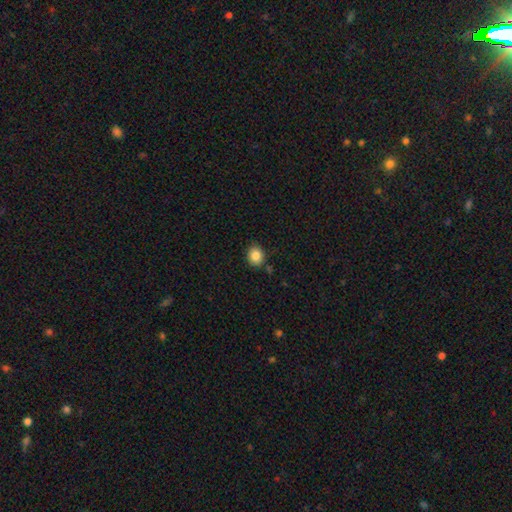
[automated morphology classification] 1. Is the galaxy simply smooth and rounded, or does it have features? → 85% smooth, 9% star or artifact, 5% featured or disk.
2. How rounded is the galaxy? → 65% round, 34% in between, 1% cigar-shaped.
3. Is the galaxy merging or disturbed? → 84% none, 11% minor disturbance, 3% merger, 2% major disturbance.